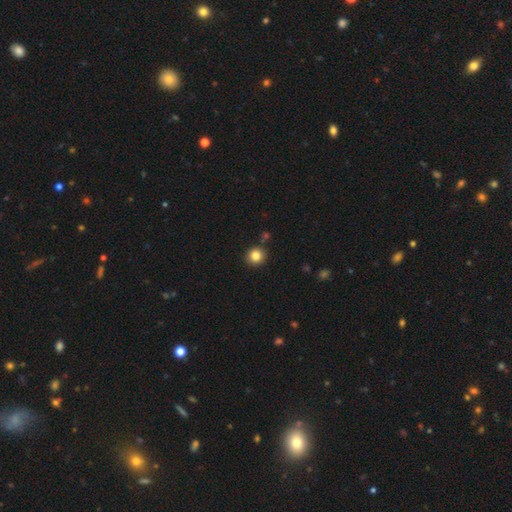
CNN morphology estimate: Smooth or featured? Predicted: smooth (p=0.84). How rounded? Predicted: round (p=0.92). Merging? Predicted: none (p=0.88).